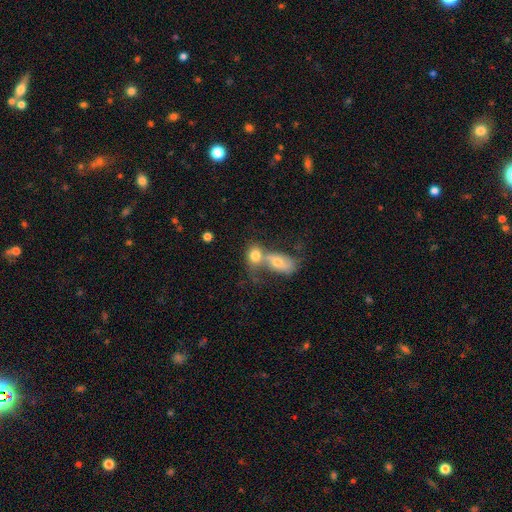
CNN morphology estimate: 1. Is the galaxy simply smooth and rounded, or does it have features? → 73% smooth, 18% featured or disk, 9% star or artifact.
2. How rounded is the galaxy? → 63% in between, 35% round, 3% cigar-shaped.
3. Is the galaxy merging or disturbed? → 71% merger, 18% none, 7% minor disturbance, 5% major disturbance.